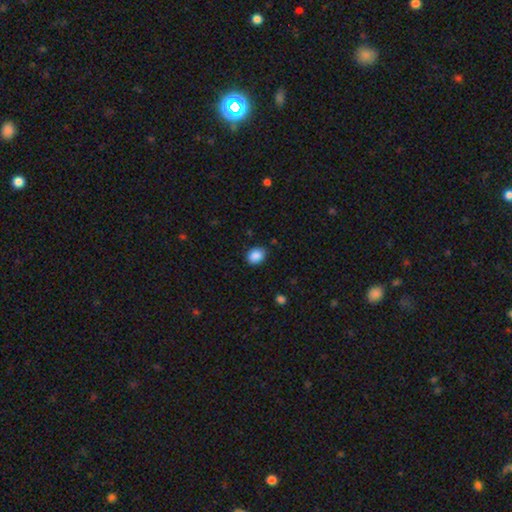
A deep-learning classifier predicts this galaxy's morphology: The model was most divided on "how rounded": in between: 55%, round: 44%, cigar-shaped: 1%. More confident: smooth or featured — smooth (88%); merging — none (85%).